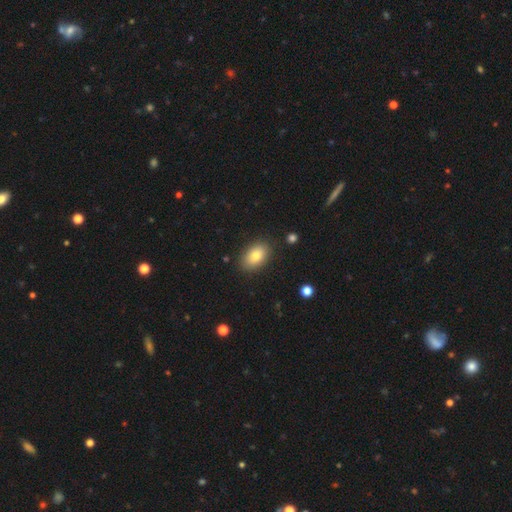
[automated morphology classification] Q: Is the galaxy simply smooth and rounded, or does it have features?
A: smooth — 81%.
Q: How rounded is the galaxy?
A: in between — 89%.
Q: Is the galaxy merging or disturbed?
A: none — 86%.